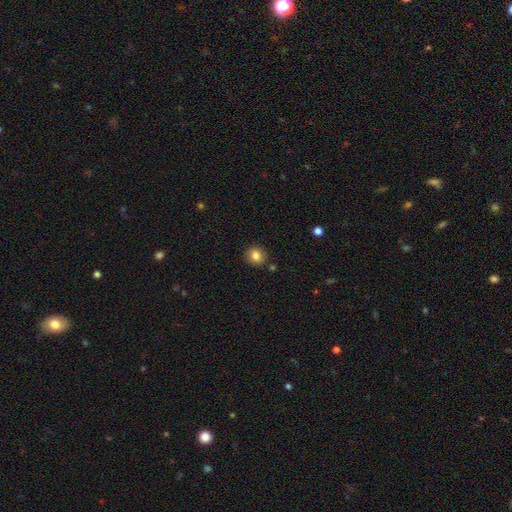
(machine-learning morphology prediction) Smooth or featured? smooth (83%)
How rounded? round (87%)
Merging? none (87%)